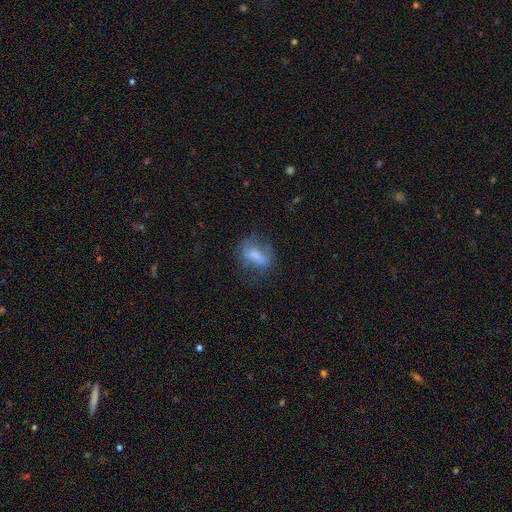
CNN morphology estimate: Overall: smooth (59%; featured or disk 30%). How rounded: in between (72%). Merging: none (51%; minor disturbance 25%).